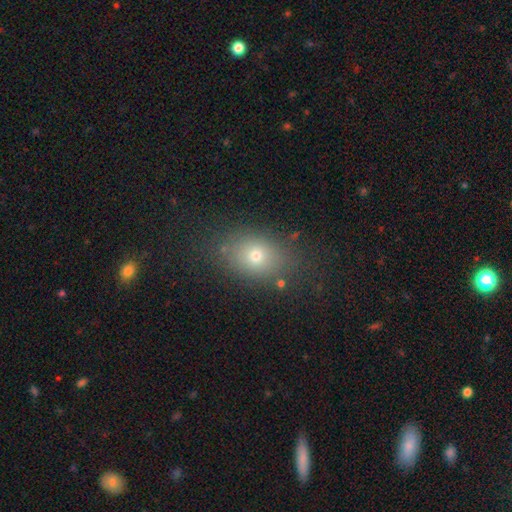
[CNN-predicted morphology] This is likely a smooth galaxy (70%). How rounded: likely in between (66%). Merging: likely none (80%).